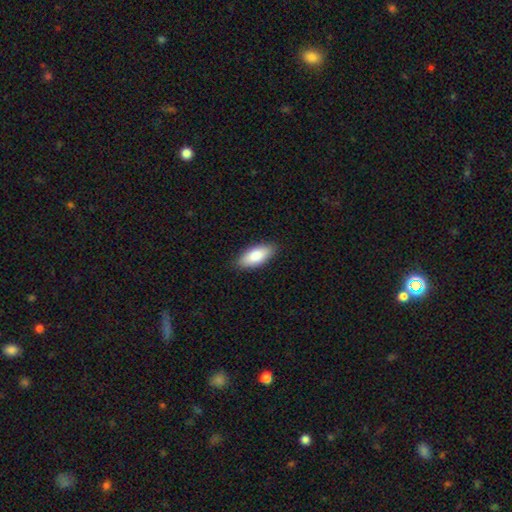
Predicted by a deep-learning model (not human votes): smooth 83%, featured or disk 11%, star or artifact 6%. Down the decision tree: how rounded — in between (86%); merging — none (87%).